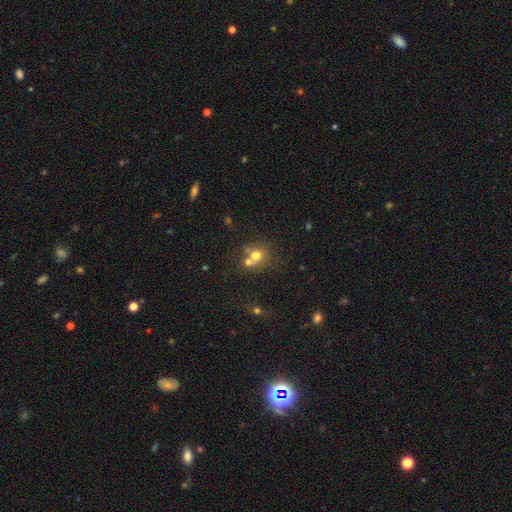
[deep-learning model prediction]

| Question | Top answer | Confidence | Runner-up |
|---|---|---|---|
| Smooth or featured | smooth | 66% | featured or disk (17%) |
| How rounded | round | 74% | in between (25%) |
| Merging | merger | 44% | none (42%) |